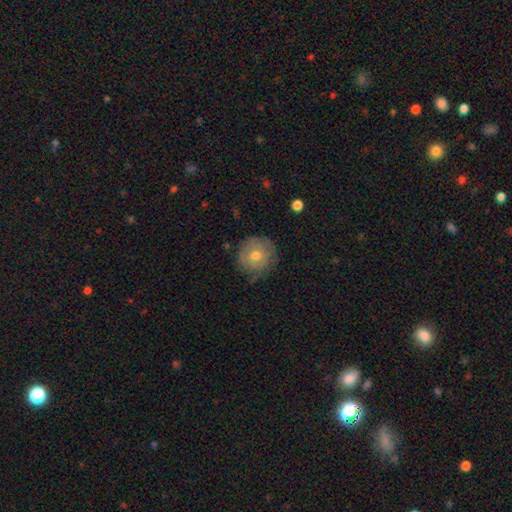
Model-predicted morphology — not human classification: smooth 52%, featured or disk 39%, star or artifact 8%. Down the decision tree: how rounded — round (92%); merging — none (73%).